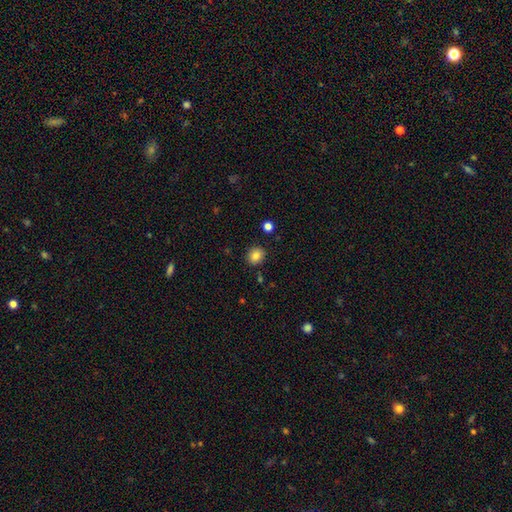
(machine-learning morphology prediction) This is clearly a smooth galaxy (83%). How rounded: likely round (79%). Merging: clearly none (88%).